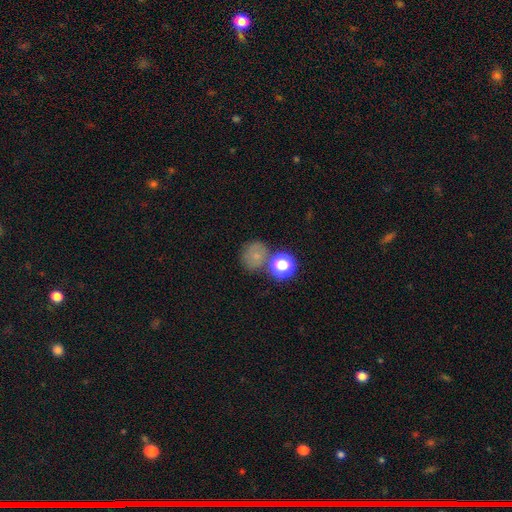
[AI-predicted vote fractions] smooth-or-featured: smooth: 57% | star or artifact: 25% | featured or disk: 18%
  how-rounded: round: 80% | in between: 19% | cigar-shaped: 1%
  merging: none: 63% | merger: 17% | minor disturbance: 14% | major disturbance: 6%